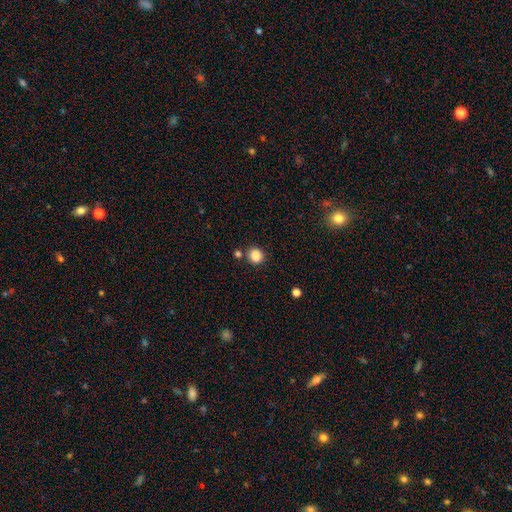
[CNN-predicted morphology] type=smooth (85%); roundness=round (81%); merging=none (80%).